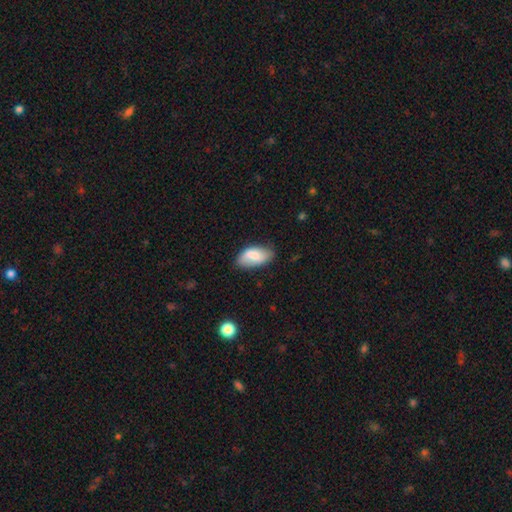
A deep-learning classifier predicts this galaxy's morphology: Smooth or featured? Predicted: smooth (p=0.71). How rounded? Predicted: in between (p=0.94). Merging? Predicted: none (p=0.69).